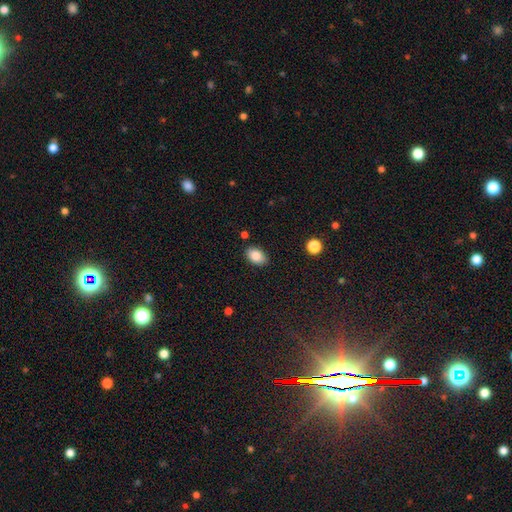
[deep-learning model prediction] smooth_or_featured: smooth (p=0.85) [alt: star or artifact p=0.08]
how_rounded: in between (p=0.86) [alt: round p=0.13]
merging: none (p=0.86) [alt: minor disturbance p=0.10]